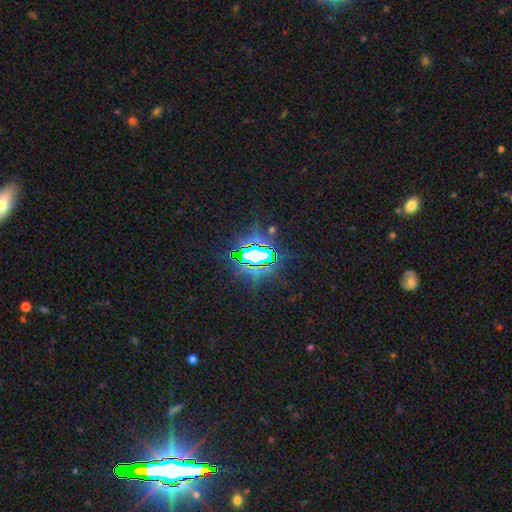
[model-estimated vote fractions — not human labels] Smooth or featured?
  - star or artifact: 79% *
  - smooth: 11%
  - featured or disk: 10%